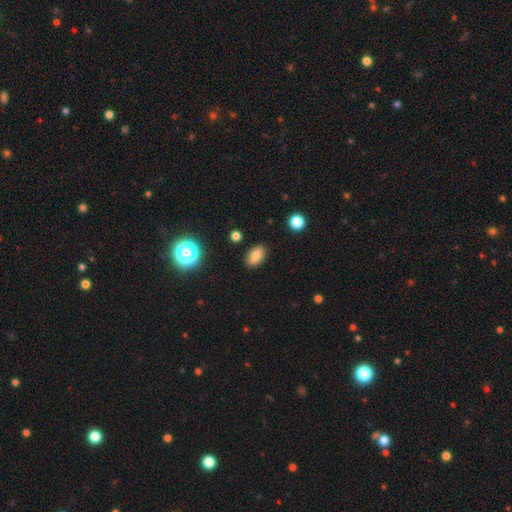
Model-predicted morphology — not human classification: This is clearly a smooth galaxy (81%). How rounded: clearly in between (89%). Merging: clearly none (87%).